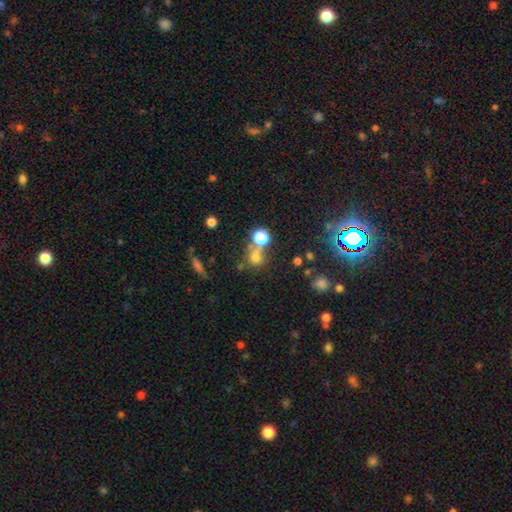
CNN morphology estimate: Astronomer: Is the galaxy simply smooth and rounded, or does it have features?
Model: smooth — 63%.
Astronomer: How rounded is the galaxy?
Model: round — 79%.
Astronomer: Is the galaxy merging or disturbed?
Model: none — 44% (runner-up: merger, 39%).